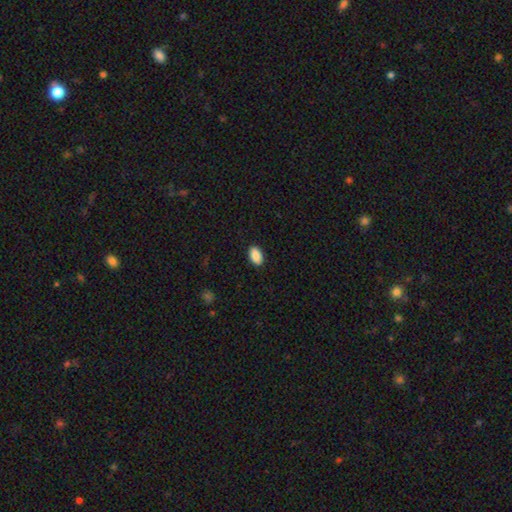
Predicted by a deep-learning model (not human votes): The model was most divided on "merging": none: 89%, minor disturbance: 8%, major disturbance: 2%, merger: 1%. More confident: how rounded — in between (93%); smooth or featured — smooth (89%).